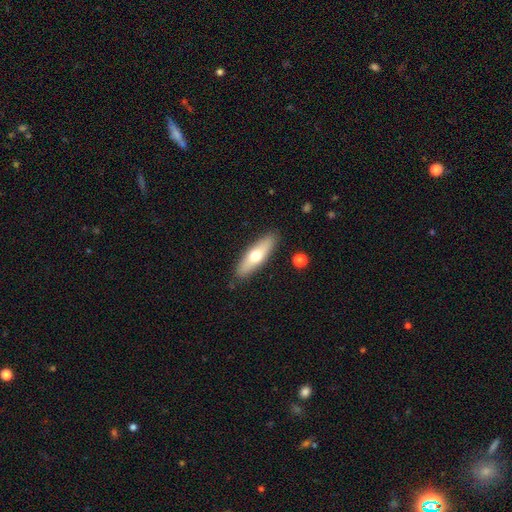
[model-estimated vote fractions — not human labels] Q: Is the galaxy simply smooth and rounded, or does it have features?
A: smooth — 59%.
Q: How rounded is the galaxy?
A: cigar-shaped — 54%.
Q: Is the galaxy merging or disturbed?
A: none — 88%.